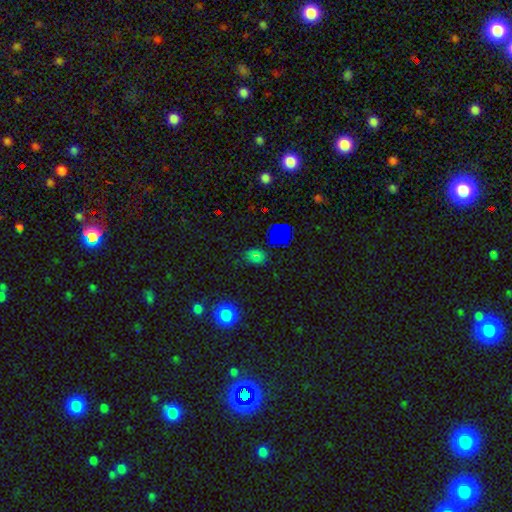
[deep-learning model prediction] This appears to be a smooth galaxy with no disk features (52%) that is in between round and cigar-shaped (56%). Merging: none (80%).